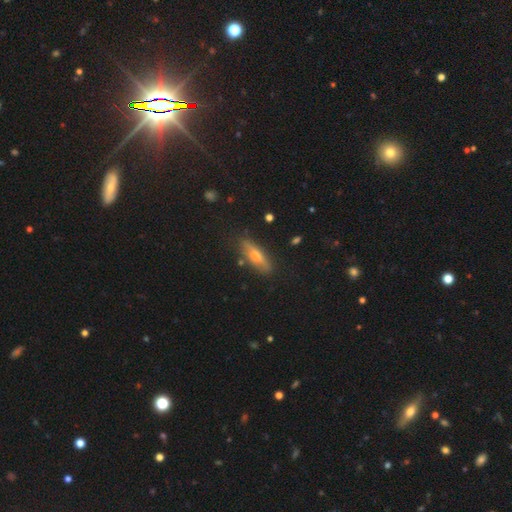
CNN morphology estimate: Smooth or featured: smooth — 48% (featured or disk — 42%)
Merging: none — 82% (minor disturbance — 13%)